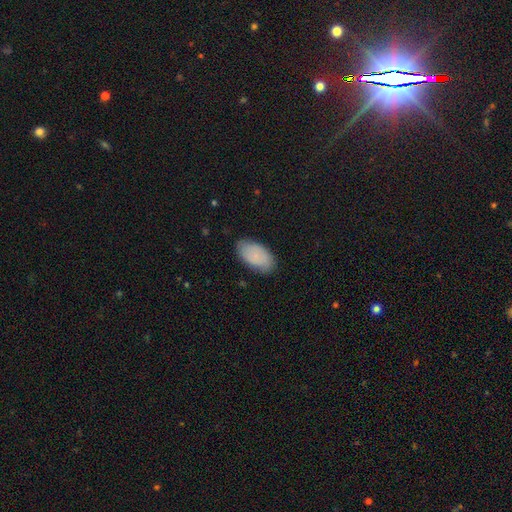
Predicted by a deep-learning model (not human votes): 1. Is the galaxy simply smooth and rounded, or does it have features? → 78% smooth, 15% featured or disk, 7% star or artifact.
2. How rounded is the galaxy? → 94% in between, 4% round, 2% cigar-shaped.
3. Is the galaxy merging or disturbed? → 80% none, 16% minor disturbance, 3% major disturbance, 1% merger.